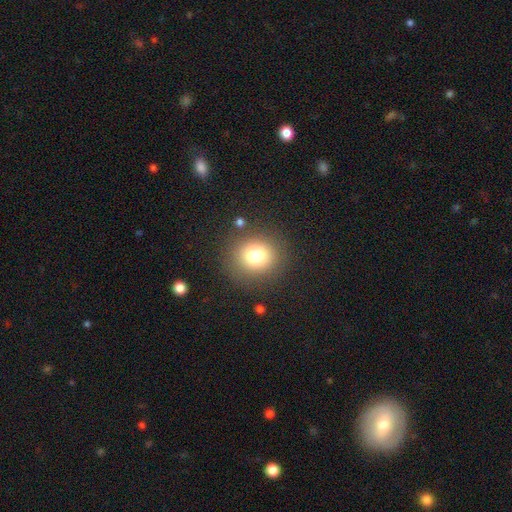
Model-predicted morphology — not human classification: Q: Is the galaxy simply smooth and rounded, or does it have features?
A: smooth — 77%.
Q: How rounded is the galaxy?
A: round — 87%.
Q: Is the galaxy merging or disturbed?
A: none — 85%.